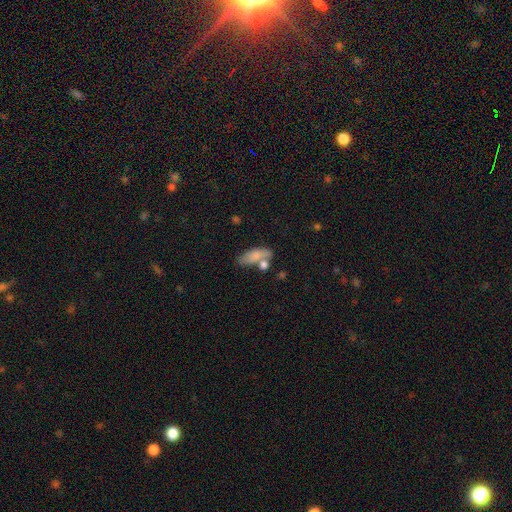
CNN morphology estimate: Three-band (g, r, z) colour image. It shows a smooth galaxy with no disk features (75%) that is in between round and cigar-shaped (73%). Merging: none (47%).